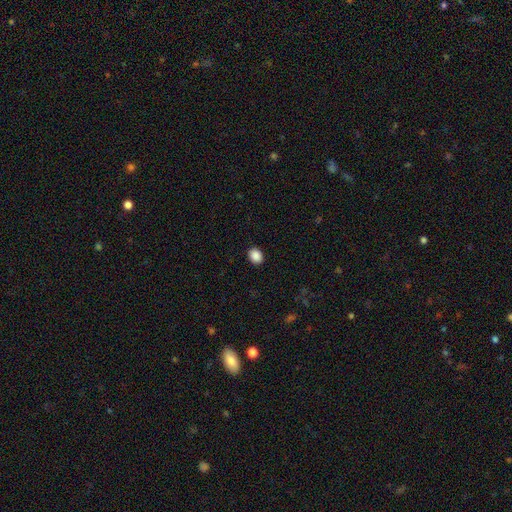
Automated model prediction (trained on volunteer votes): Morphology: type=smooth (89%); roundness=in between (55%); merging=none (91%).